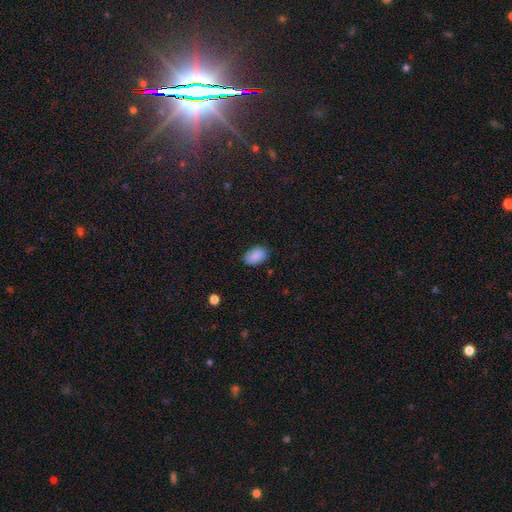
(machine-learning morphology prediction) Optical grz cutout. It shows a smooth galaxy with no disk features (87%) that is in between round and cigar-shaped (87%). Merging: none (81%).